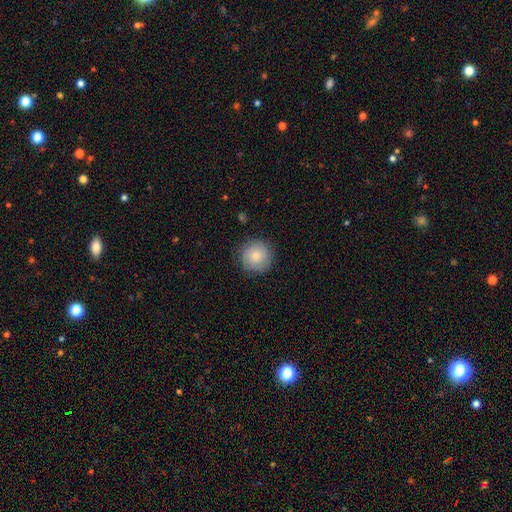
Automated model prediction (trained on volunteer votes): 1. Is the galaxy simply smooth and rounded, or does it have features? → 71% smooth, 21% featured or disk, 8% star or artifact.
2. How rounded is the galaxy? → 95% round, 4% in between, 1% cigar-shaped.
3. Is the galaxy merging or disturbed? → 85% none, 11% minor disturbance, 3% major disturbance, 1% merger.